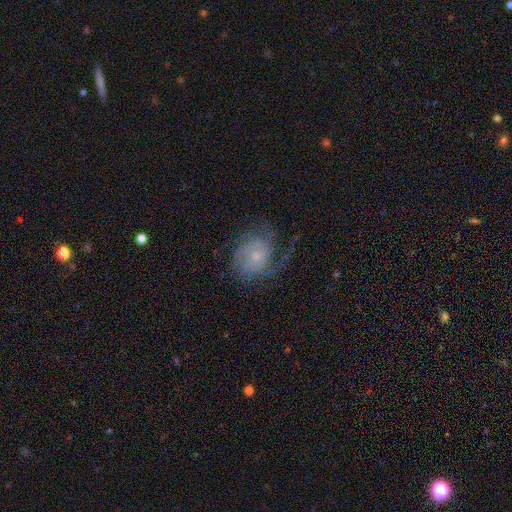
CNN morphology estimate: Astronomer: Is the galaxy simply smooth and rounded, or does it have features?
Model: featured or disk — 76%.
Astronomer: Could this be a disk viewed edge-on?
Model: no — 98%.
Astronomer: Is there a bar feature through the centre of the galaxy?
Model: no — 75%.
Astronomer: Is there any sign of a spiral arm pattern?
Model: yes — 92%.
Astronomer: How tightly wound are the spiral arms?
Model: tight — 42% (runner-up: medium, 39%).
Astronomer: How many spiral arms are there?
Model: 2 — 31% (runner-up: can't tell, 29%).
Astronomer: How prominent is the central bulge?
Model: small — 68%.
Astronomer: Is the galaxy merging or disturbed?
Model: none — 56%.